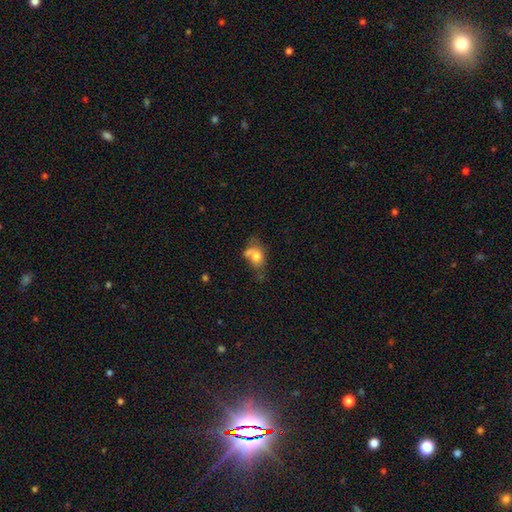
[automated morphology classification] smooth_or_featured: smooth (p=0.72) [alt: featured or disk p=0.18]
how_rounded: in between (p=0.63) [alt: round p=0.35]
merging: merger (p=0.35) [alt: none p=0.31]